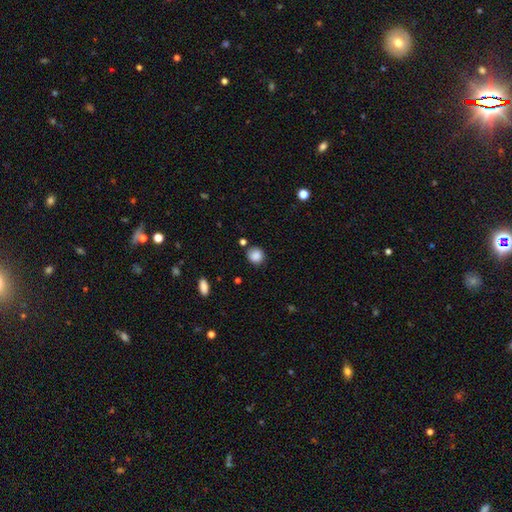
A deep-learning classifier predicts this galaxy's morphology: The model was most divided on "merging": none: 81%, minor disturbance: 12%, merger: 4%, major disturbance: 3%. More confident: smooth or featured — smooth (87%); how rounded — round (86%).